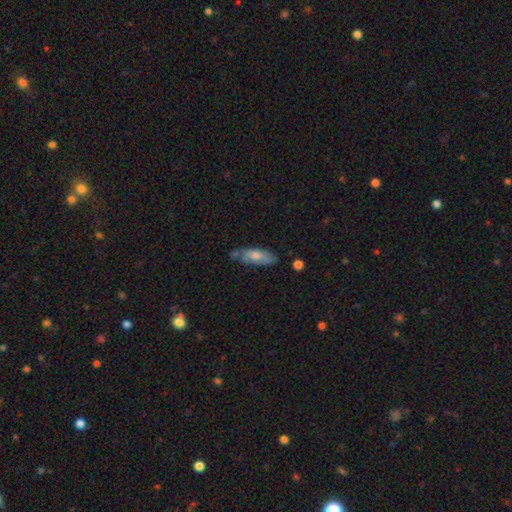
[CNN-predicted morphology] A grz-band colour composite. It shows a smooth galaxy with no disk features (65%) that is in between round and cigar-shaped (64%). Merging: none (60%).